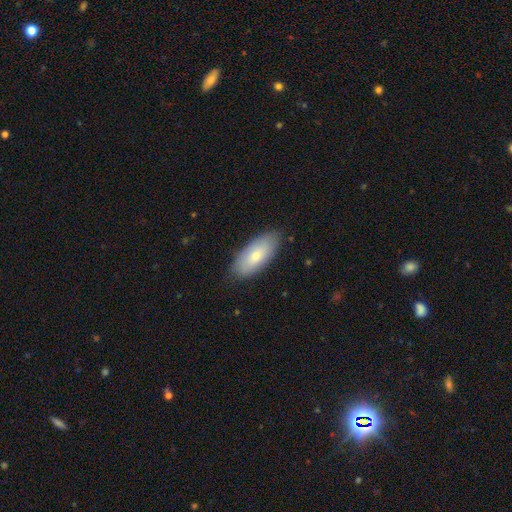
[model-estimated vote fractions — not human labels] Overall: smooth (71%). How rounded: in between (87%). Merging: none (84%).